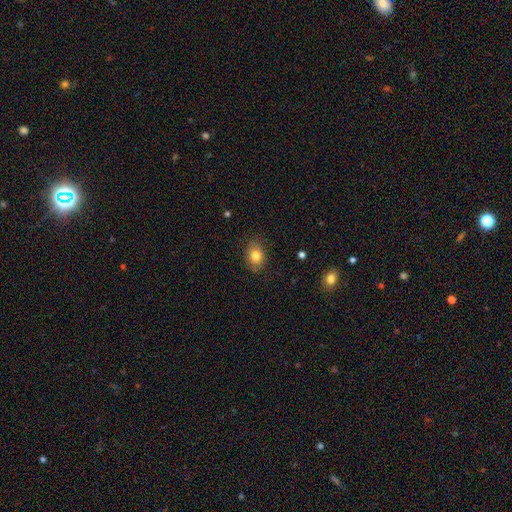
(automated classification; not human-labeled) A smooth galaxy with no disk features (81%) that is in between round and cigar-shaped (62%). Merging: none (83%).